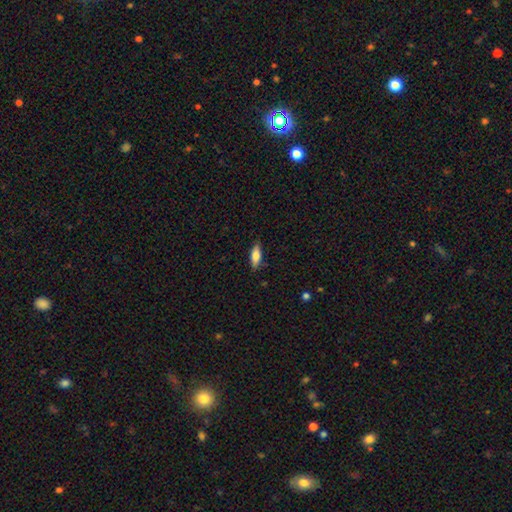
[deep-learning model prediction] Q: Smooth or featured?
A: smooth (76%); runner-up: featured or disk (18%)
Q: How rounded?
A: in between (66%); runner-up: cigar-shaped (31%)
Q: Merging?
A: none (85%); runner-up: minor disturbance (12%)